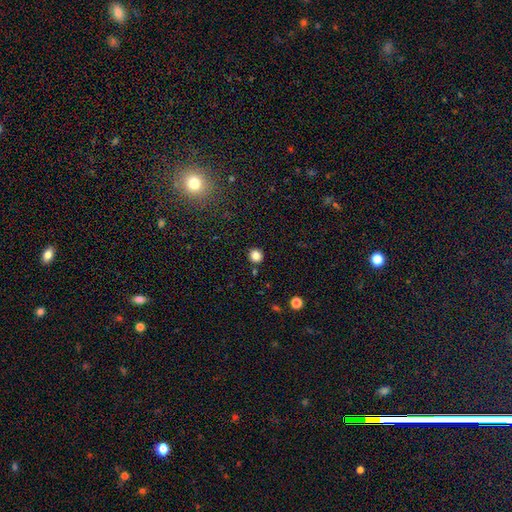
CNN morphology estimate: The model was most divided on "smooth or featured": smooth: 83%, star or artifact: 12%, featured or disk: 5%. More confident: how rounded — round (90%); merging — none (89%).